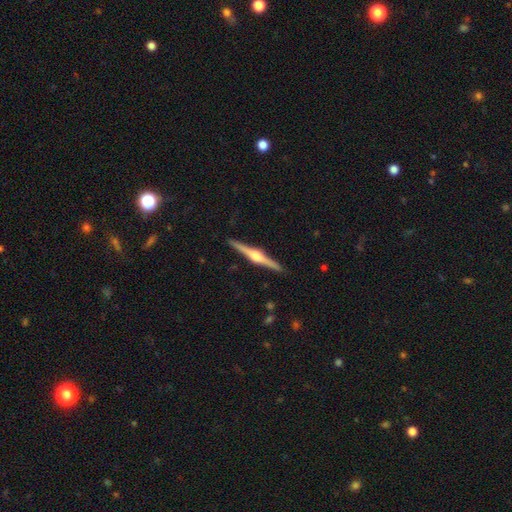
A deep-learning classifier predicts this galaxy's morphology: Smooth or featured?
  - featured or disk: 84% *
  - smooth: 12%
  - star or artifact: 5%
Edge-on disk?
  - yes: 99% *
  - no: 1%
Edge-on bulge?
  - rounded: 92% *
  - boxy: 6%
  - none: 2%
Merging?
  - none: 92% *
  - minor disturbance: 6%
  - major disturbance: 1%
  - merger: 1%